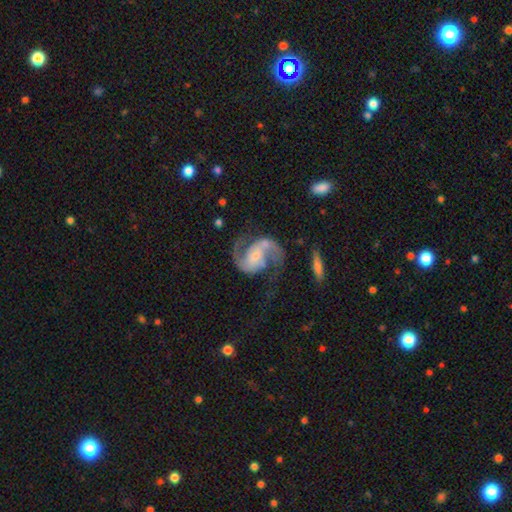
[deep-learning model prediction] This is clearly a featured or disk galaxy (90%). It is clearly not viewed edge-on (98%). Bar: marginally no (39%). Spiral arm pattern: clearly yes (97%). Spiral arm count: clearly 2 (93%). Spiral winding: possibly medium (49%). Central bulge: possibly small (56%). Merging: likely none (64%).